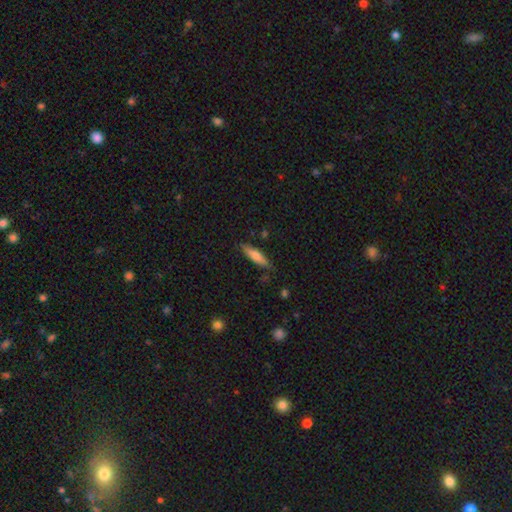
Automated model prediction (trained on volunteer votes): Smooth or featured?
  - smooth: 70% *
  - featured or disk: 24%
  - star or artifact: 6%
How rounded?
  - cigar-shaped: 72% *
  - in between: 26%
  - round: 2%
Merging?
  - none: 83% *
  - minor disturbance: 13%
  - major disturbance: 2%
  - merger: 2%